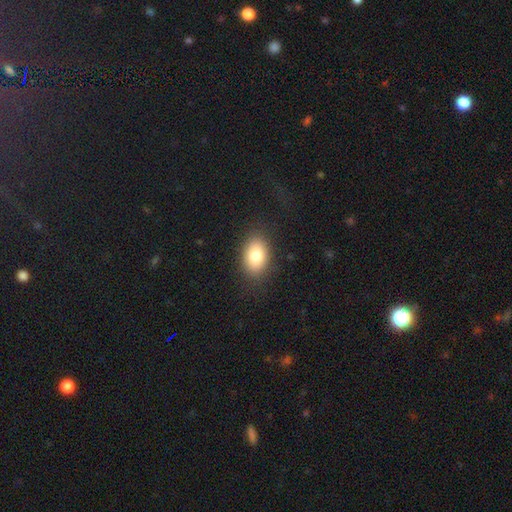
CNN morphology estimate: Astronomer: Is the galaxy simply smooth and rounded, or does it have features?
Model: smooth — 82%.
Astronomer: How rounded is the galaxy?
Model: in between — 86%.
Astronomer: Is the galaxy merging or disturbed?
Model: none — 85%.